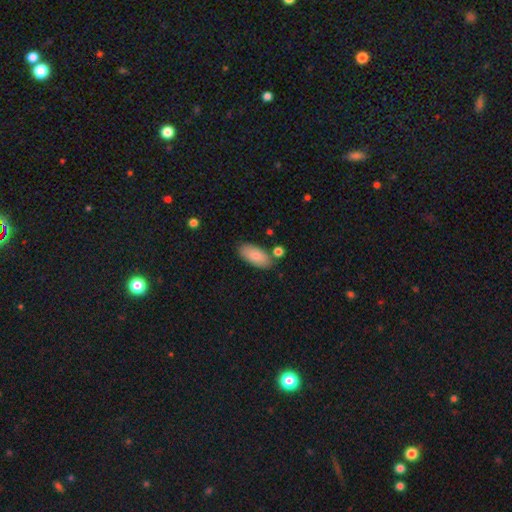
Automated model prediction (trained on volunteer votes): Smooth or featured?
  - smooth: 82% *
  - featured or disk: 12%
  - star or artifact: 6%
How rounded?
  - in between: 91% *
  - cigar-shaped: 7%
  - round: 2%
Merging?
  - none: 77% *
  - minor disturbance: 13%
  - merger: 7%
  - major disturbance: 3%